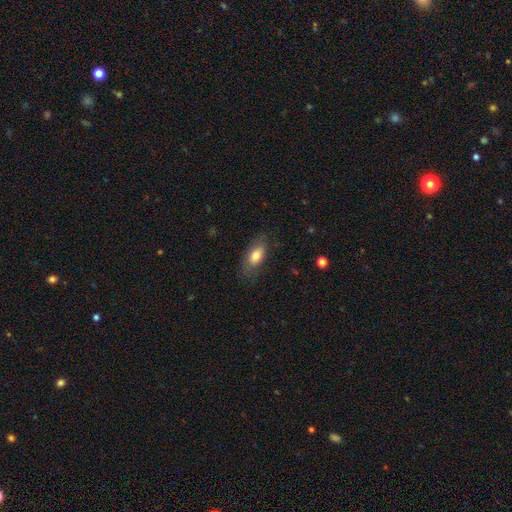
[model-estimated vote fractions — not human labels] Smooth or featured?
  - smooth: 75% *
  - featured or disk: 18%
  - star or artifact: 7%
How rounded?
  - in between: 88% *
  - cigar-shaped: 8%
  - round: 4%
Merging?
  - none: 72% *
  - minor disturbance: 19%
  - major disturbance: 8%
  - merger: 1%